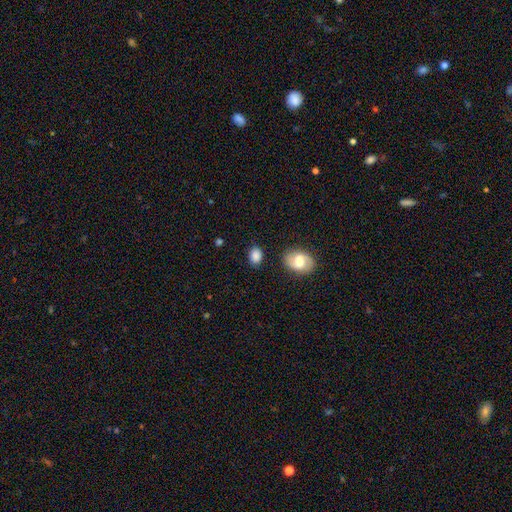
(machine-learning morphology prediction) This appears to be a smooth galaxy with no disk features (85%) that is in between round and cigar-shaped (67%). Merging: none (79%).